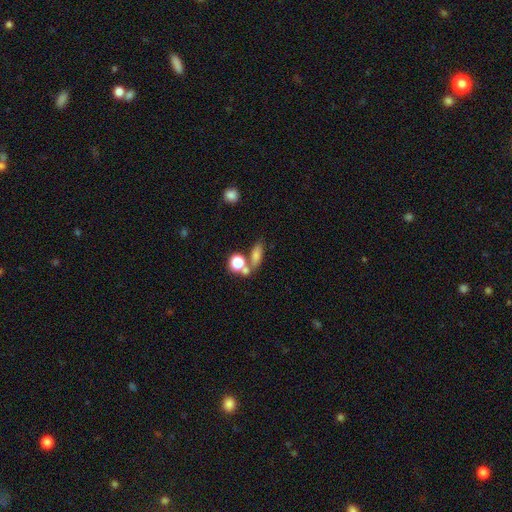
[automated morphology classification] star or artifact 40%, smooth 38%, featured or disk 22%.